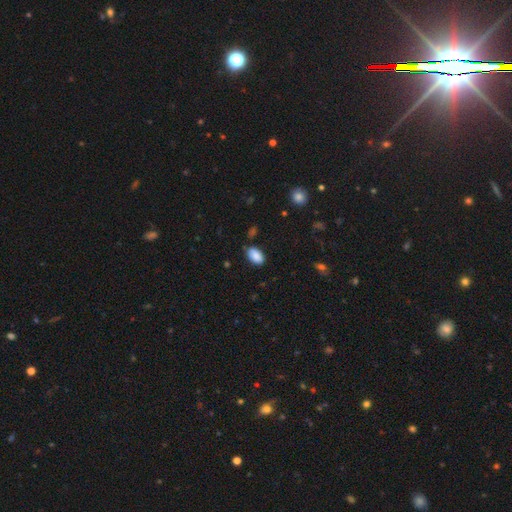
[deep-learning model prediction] smooth-or-featured: smooth: 88% | star or artifact: 7% | featured or disk: 5%
  how-rounded: in between: 93% | round: 5% | cigar-shaped: 1%
  merging: none: 77% | minor disturbance: 17% | major disturbance: 3% | merger: 2%